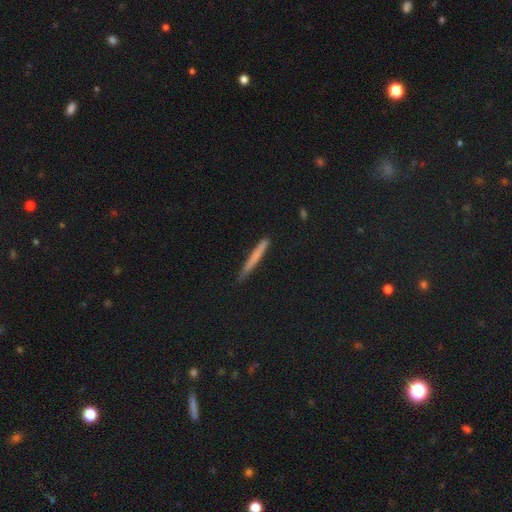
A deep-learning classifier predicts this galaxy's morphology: A smooth galaxy with no disk features (69%) that is cigar-shaped (96%). Merging: none (85%).